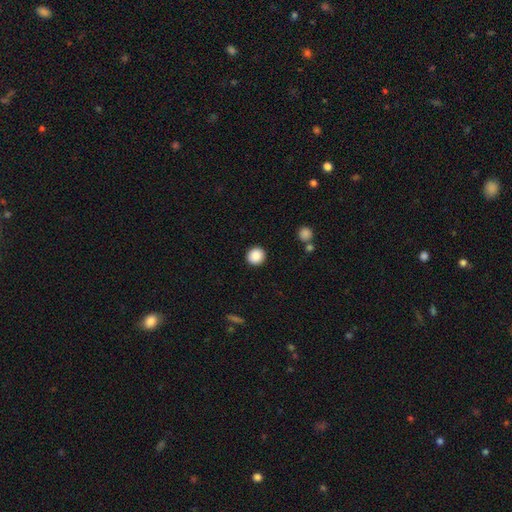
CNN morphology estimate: Smooth or featured? smooth (89%)
How rounded? round (91%)
Merging? none (92%)